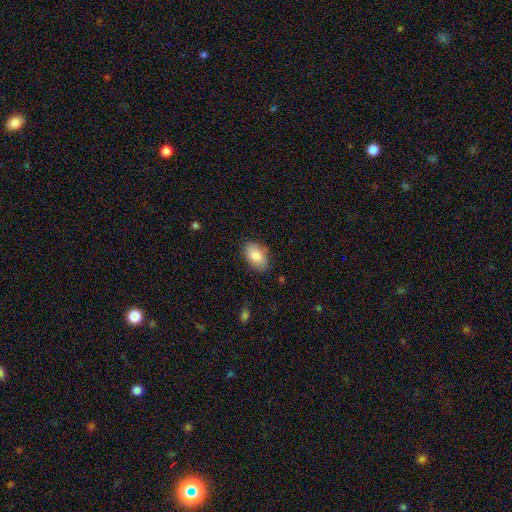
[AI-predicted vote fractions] Smooth or featured? smooth (83%)
How rounded? in between (93%)
Merging? none (81%)